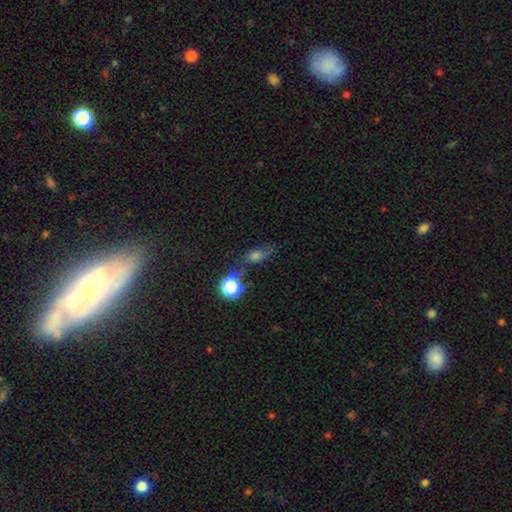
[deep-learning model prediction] This appears to be a smooth galaxy with no disk features (57%) that is in between round and cigar-shaped (54%). Merging: none (53%).